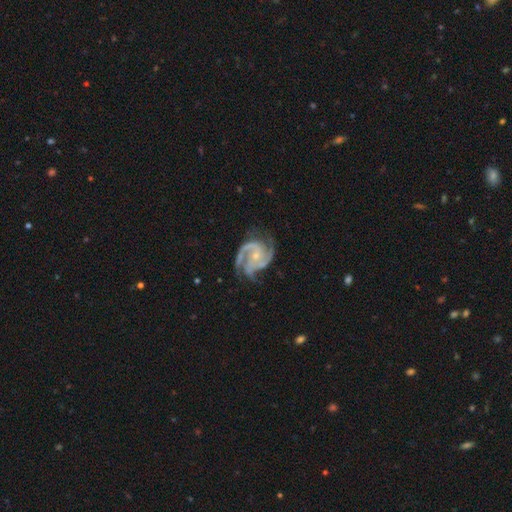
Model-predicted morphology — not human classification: smooth-or-featured: featured or disk: 93% | star or artifact: 4% | smooth: 3%
  disk-edge-on: no: 98% | yes: 2%
    bar: no: 64% | weak: 26% | strong: 10%
    has-spiral-arms: yes: 99% | no: 1%
      spiral-winding: medium: 54% | tight: 37% | loose: 9%
      spiral-arm-count: 3: 56% | 2: 24% | 4: 8% | can't tell: 5% | 1: 4% | more than 4: 4%
    bulge-size: small: 71% | moderate: 24% | none: 3% | large: 1% | dominant: 1%
  merging: none: 67% | minor disturbance: 21% | major disturbance: 10% | merger: 2%